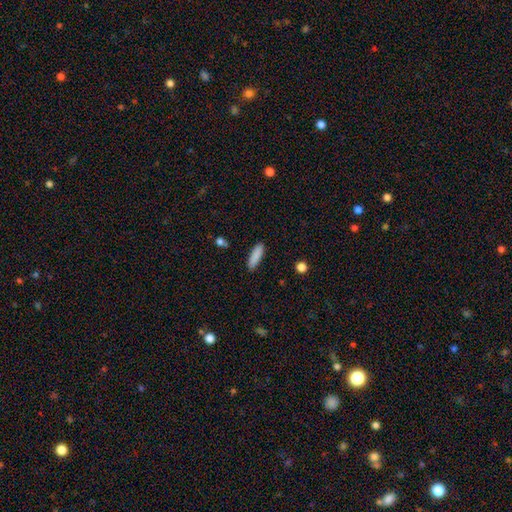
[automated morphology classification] A smooth galaxy with no disk features (88%) that is cigar-shaped (60%).

Vote fractions:
- Smooth or featured? smooth: 88% / star or artifact: 7% / featured or disk: 5%
- How rounded? cigar-shaped: 60% / in between: 38% / round: 2%
- Merging? none: 89% / minor disturbance: 8% / major disturbance: 2% / merger: 1%